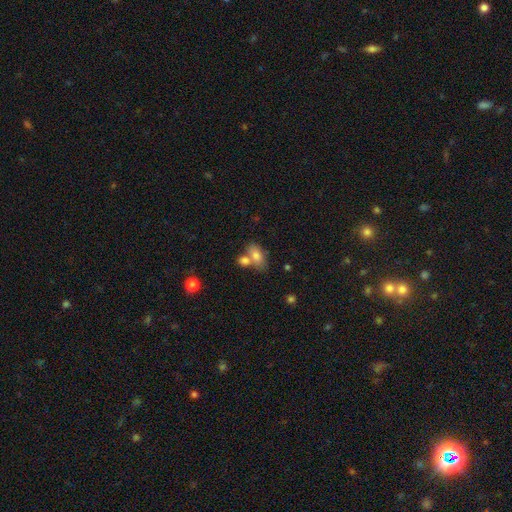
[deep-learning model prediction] This is likely a smooth galaxy (77%). How rounded: clearly in between (87%). Merging: marginally none (41%, tied with merger).